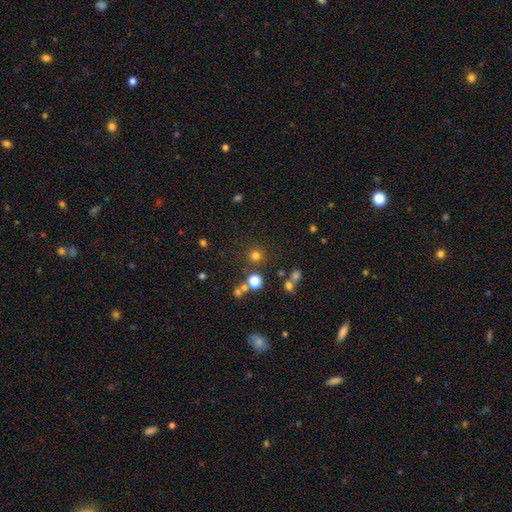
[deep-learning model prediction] Smooth or featured? smooth (73%)
How rounded? round (93%)
Merging? none (83%)